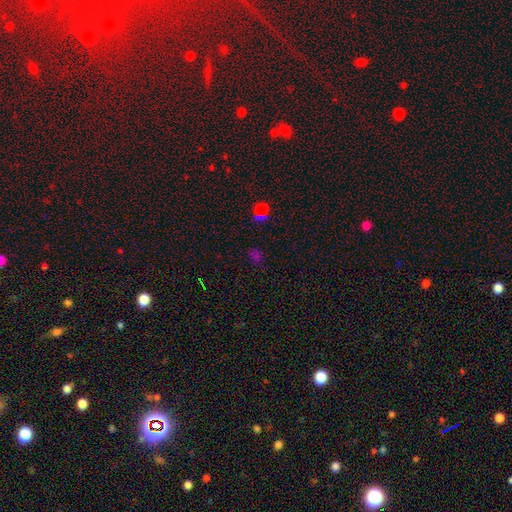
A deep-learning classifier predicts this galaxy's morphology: Smooth or featured?
  - smooth: 50% *
  - star or artifact: 44%
  - featured or disk: 7%
Merging?
  - none: 74% *
  - minor disturbance: 15%
  - major disturbance: 6%
  - merger: 5%